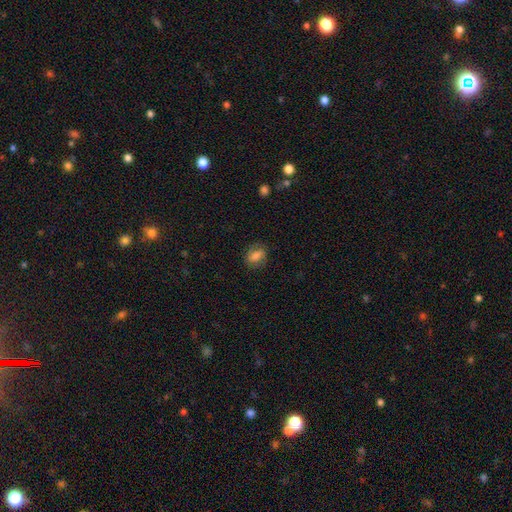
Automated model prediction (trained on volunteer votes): Smooth or featured: smooth — 63% (featured or disk — 28%)
How rounded: in between — 61% (round — 37%)
Merging: none — 76% (minor disturbance — 16%)